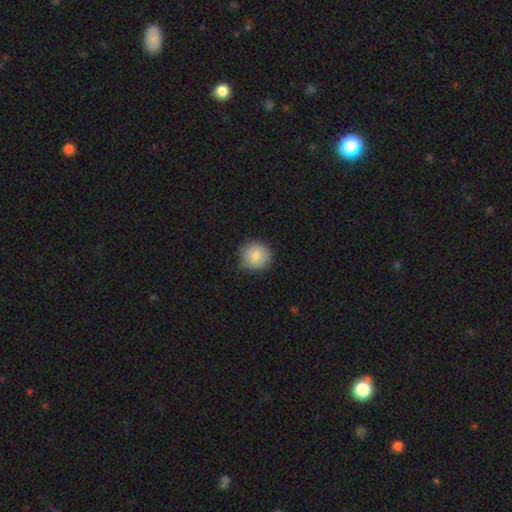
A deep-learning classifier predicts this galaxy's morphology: This is clearly a smooth galaxy (82%). How rounded: clearly round (92%). Merging: clearly none (83%).